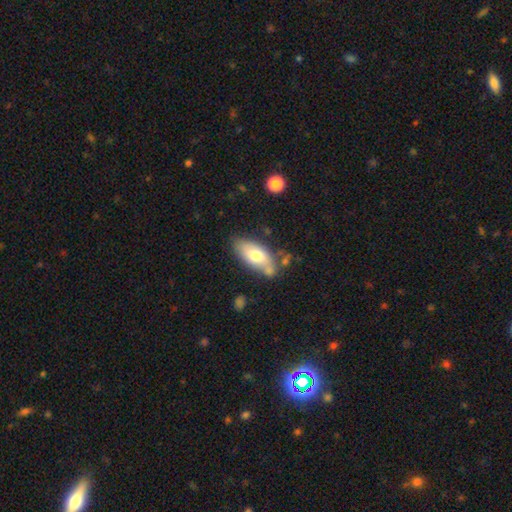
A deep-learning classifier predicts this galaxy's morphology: Q: Smooth or featured?
A: smooth (68%); runner-up: featured or disk (25%)
Q: How rounded?
A: in between (87%); runner-up: cigar-shaped (10%)
Q: Merging?
A: none (61%); runner-up: minor disturbance (21%)